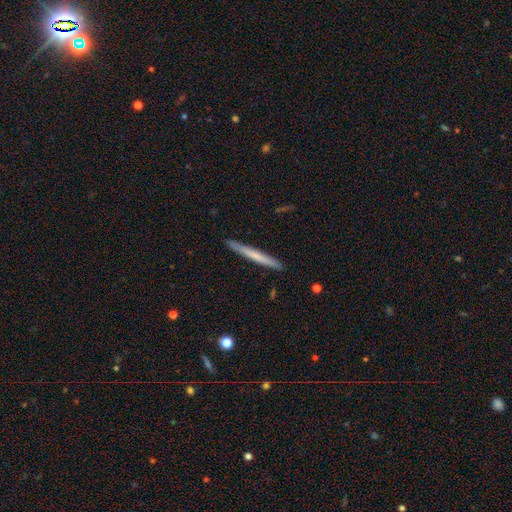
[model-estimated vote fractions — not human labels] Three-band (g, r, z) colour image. It shows a smooth galaxy with no disk features (58%) that is cigar-shaped (97%). Merging: none (91%).